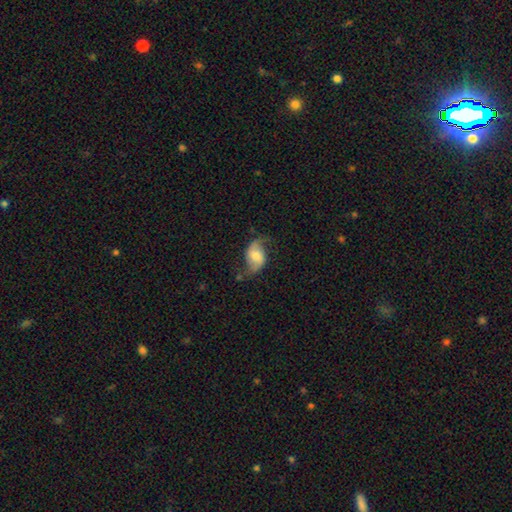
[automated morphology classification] type=featured or disk (65%); edge-on=no (97%); bar=no (50%); spiral arms=yes (91%); winding=loose (67%); arm count=2 (90%); bulge=moderate (43%); merging=none (60%).